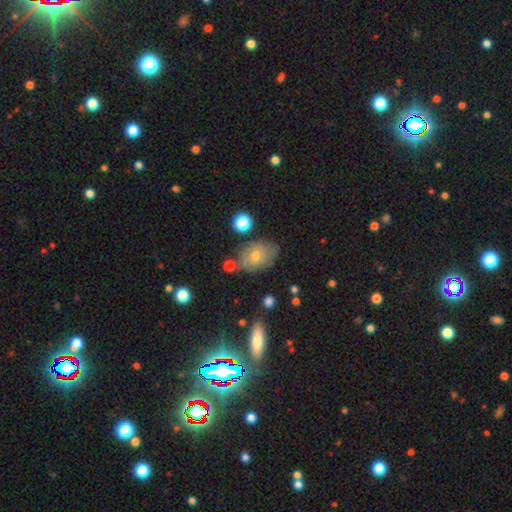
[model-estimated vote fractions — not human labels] smooth_or_featured: smooth (p=0.58) [alt: featured or disk p=0.31]
how_rounded: in between (p=0.77) [alt: round p=0.21]
merging: none (p=0.70) [alt: minor disturbance p=0.19]